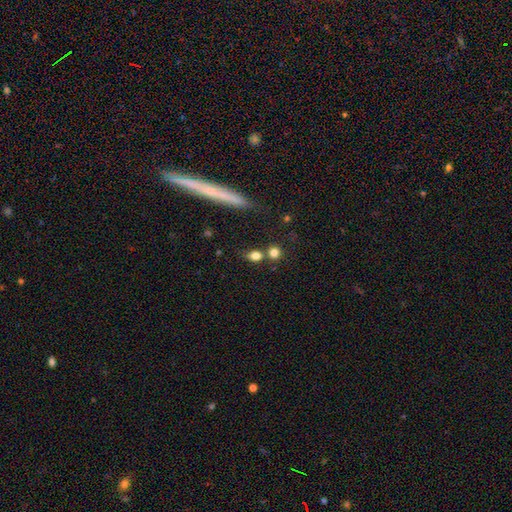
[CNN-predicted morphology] This appears to be a smooth galaxy with no disk features (79%) that is round (48%). Merging: none (60%).